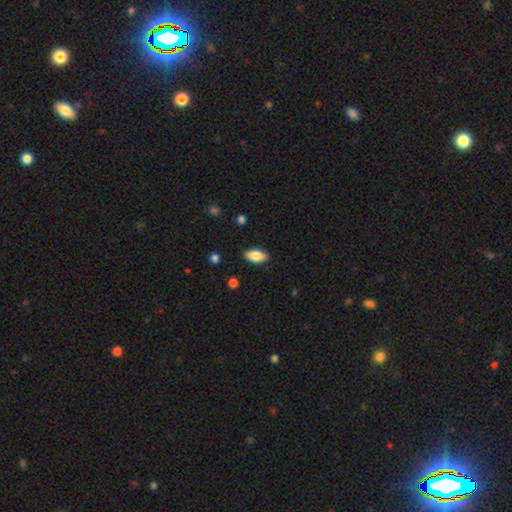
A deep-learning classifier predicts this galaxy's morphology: smooth 83%, featured or disk 10%, star or artifact 7%. Down the decision tree: how rounded — in between (92%); merging — none (88%).